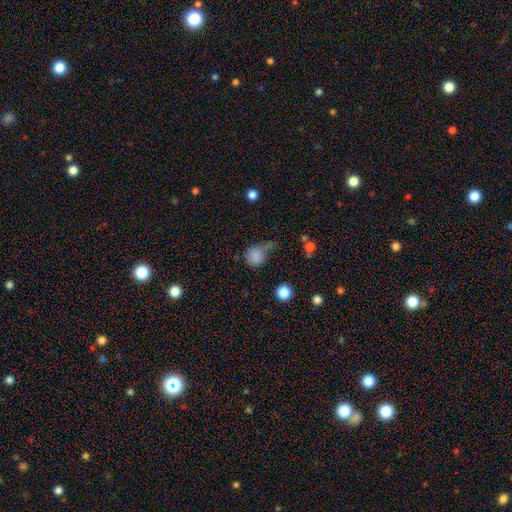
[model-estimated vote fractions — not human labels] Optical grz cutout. It shows a smooth galaxy with no disk features (75%) that is round (67%). Merging: none (31%, tied with minor disturbance).